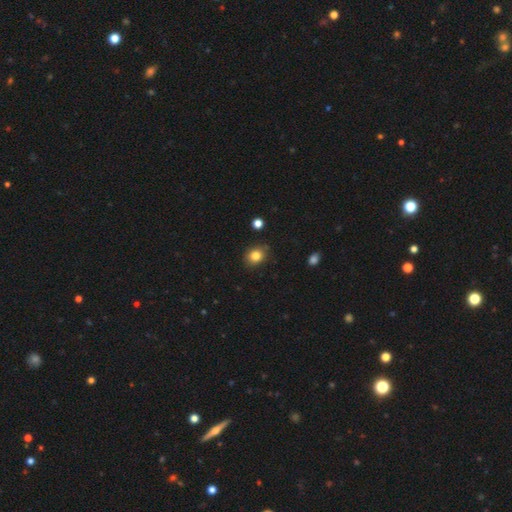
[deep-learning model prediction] This appears to be a smooth galaxy with no disk features (82%) that is round (56%). Merging: none (83%).